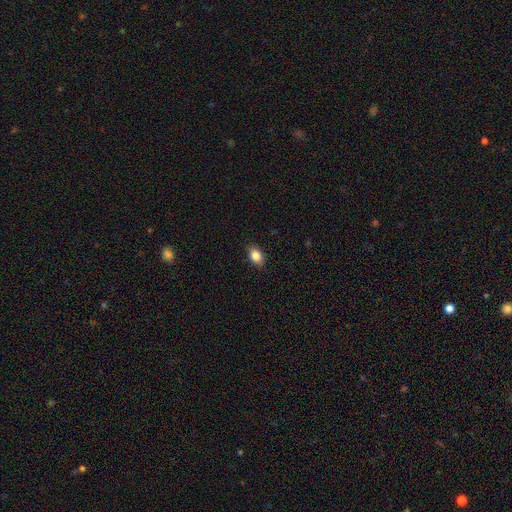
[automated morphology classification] Smooth or featured: smooth — 86% (star or artifact — 9%)
How rounded: in between — 82% (round — 16%)
Merging: none — 87% (minor disturbance — 10%)